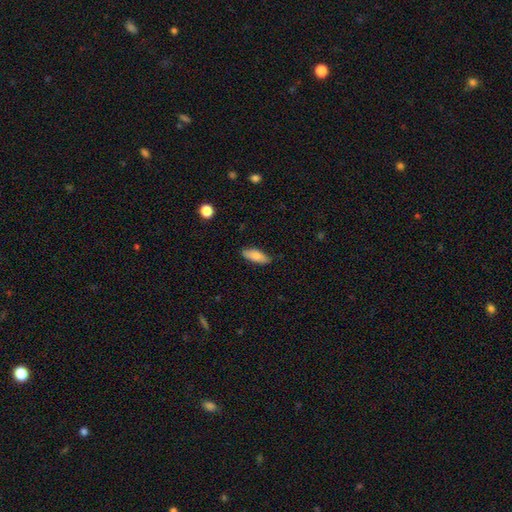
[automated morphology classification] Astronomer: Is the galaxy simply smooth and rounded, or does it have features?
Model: smooth — 81%.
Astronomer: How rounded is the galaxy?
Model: in between — 71%.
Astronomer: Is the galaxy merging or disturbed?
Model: none — 82%.